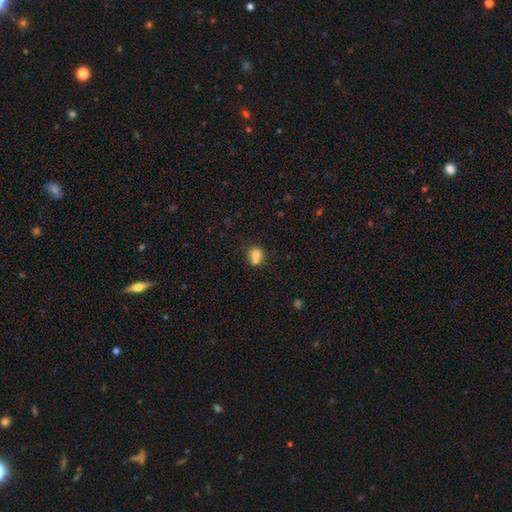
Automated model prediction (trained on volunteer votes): This is likely a smooth galaxy (74%). How rounded: likely round (78%). Merging: possibly merger (55%).